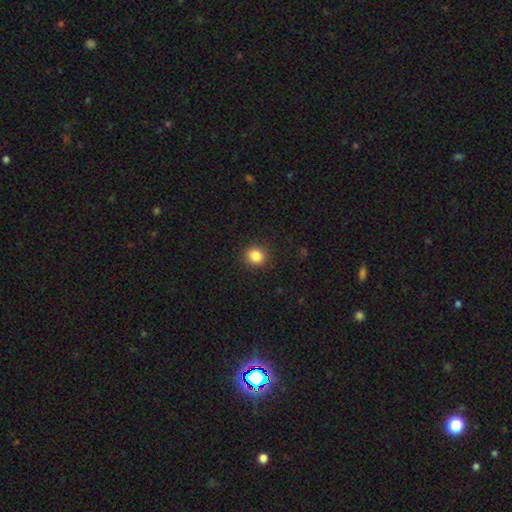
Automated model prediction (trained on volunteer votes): Smooth or featured: smooth — 86% (star or artifact — 10%)
How rounded: round — 81% (in between — 18%)
Merging: none — 90% (minor disturbance — 7%)